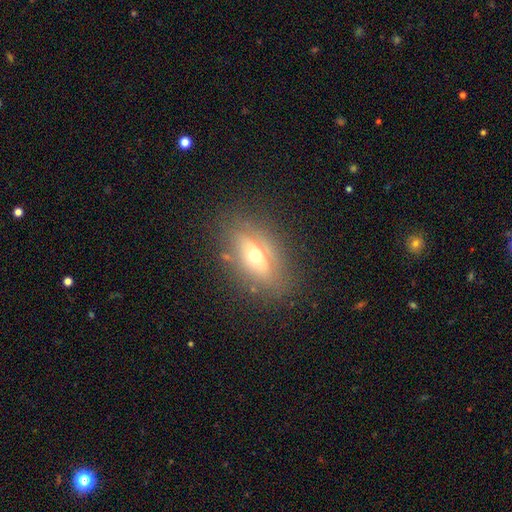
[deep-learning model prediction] smooth-or-featured: featured or disk: 54% | smooth: 36% | star or artifact: 10%
  disk-edge-on: yes: 57% | no: 43%
  merging: none: 77% | minor disturbance: 15% | major disturbance: 6% | merger: 2%